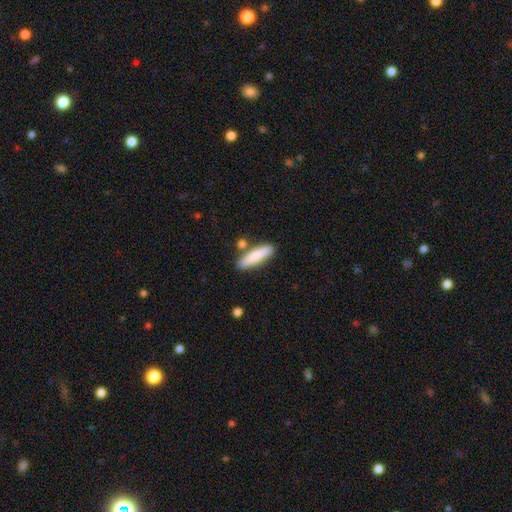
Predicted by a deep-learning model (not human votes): The model was most divided on "how rounded": cigar-shaped: 75%, in between: 23%, round: 2%. More confident: smooth or featured — smooth (81%); merging — none (78%).